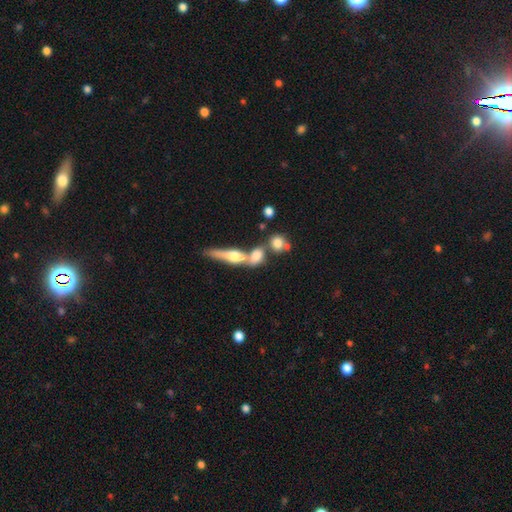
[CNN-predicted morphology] Smooth or featured: featured or disk — 52% (smooth — 37%)
Edge-on disk: yes — 75% (no — 25%)
Merging: merger — 50% (none — 35%)